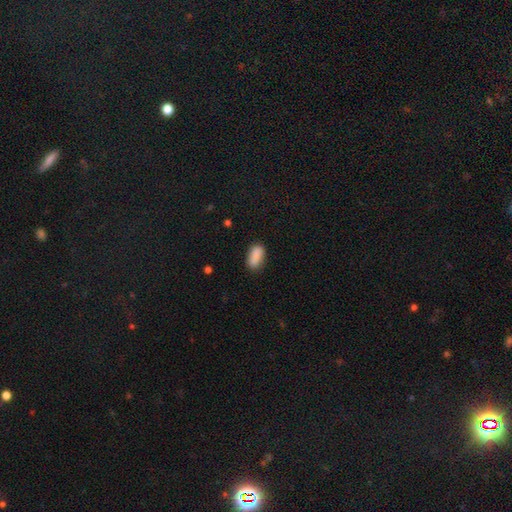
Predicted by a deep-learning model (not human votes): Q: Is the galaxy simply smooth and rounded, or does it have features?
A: smooth — 88%.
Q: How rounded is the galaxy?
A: in between — 88%.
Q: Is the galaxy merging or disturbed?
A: none — 80%.